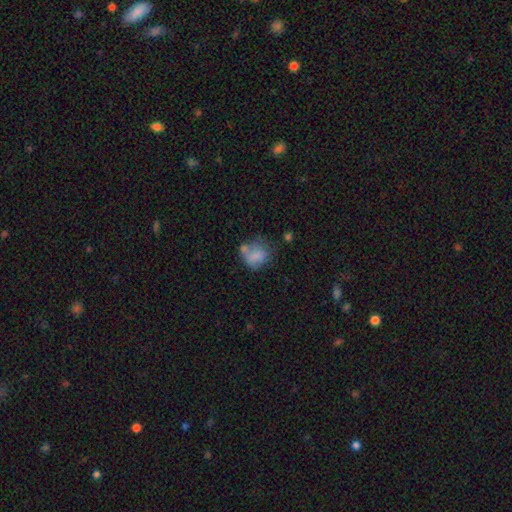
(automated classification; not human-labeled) Smooth or featured: smooth — 70% (featured or disk — 20%)
How rounded: round — 52% (in between — 47%)
Merging: none — 34% (minor disturbance — 26%)